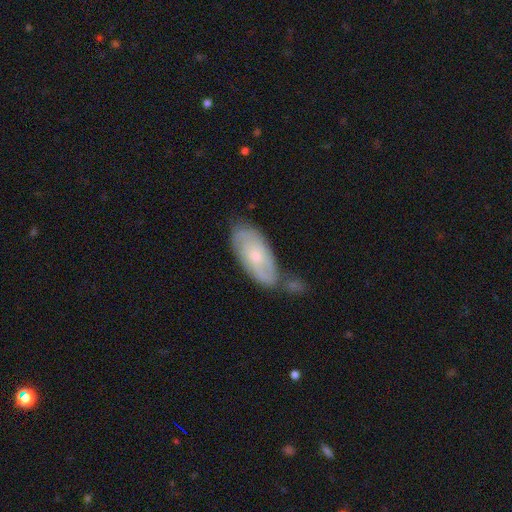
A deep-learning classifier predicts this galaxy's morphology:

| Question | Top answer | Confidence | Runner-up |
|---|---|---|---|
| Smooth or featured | featured or disk | 58% | smooth (35%) |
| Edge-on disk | no | 90% | yes (10%) |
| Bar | no | 70% | weak (26%) |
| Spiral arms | yes | 79% | no (21%) |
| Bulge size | small | 50% | moderate (43%) |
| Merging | none | 54% | minor disturbance (21%) |